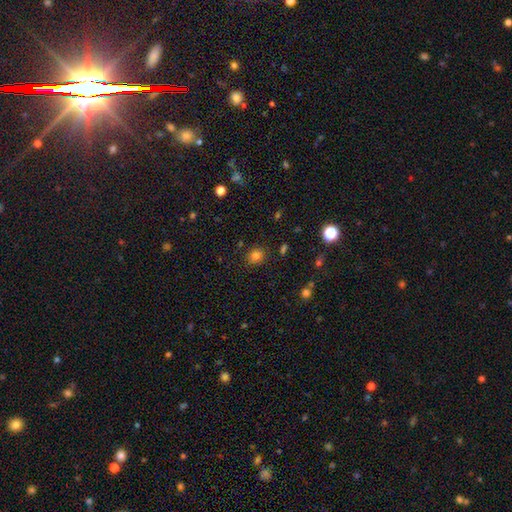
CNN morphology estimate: smooth 79%, star or artifact 15%, featured or disk 6%. Down the decision tree: how rounded — round (76%); merging — none (86%).